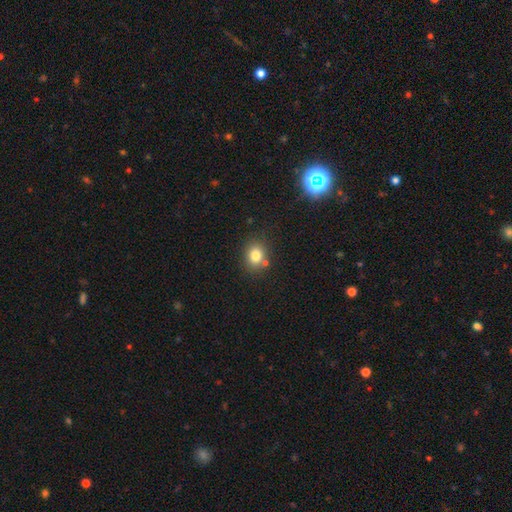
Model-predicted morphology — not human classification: A smooth galaxy with no disk features (79%) that is round (59%). Merging: none (73%).